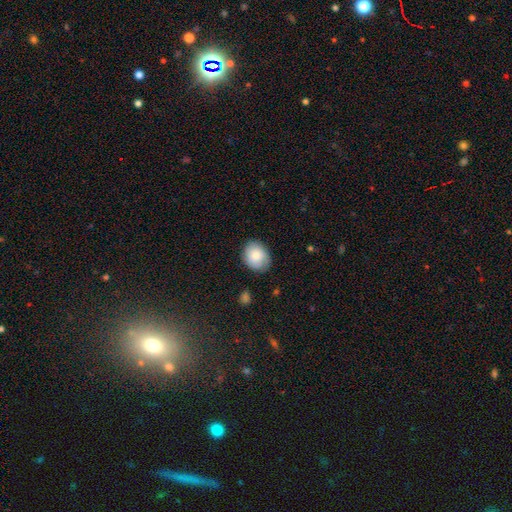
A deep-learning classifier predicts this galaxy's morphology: Smooth or featured?
  - smooth: 83% *
  - featured or disk: 10%
  - star or artifact: 7%
How rounded?
  - in between: 55% *
  - round: 44%
  - cigar-shaped: 1%
Merging?
  - none: 80% *
  - minor disturbance: 16%
  - major disturbance: 3%
  - merger: 1%